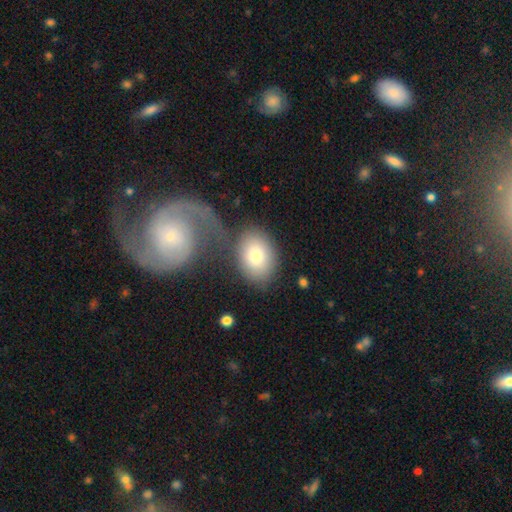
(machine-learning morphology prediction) The model was most divided on "merging": none: 63%, merger: 17%, minor disturbance: 14%, major disturbance: 6%. More confident: smooth or featured — smooth (78%); how rounded — in between (74%).